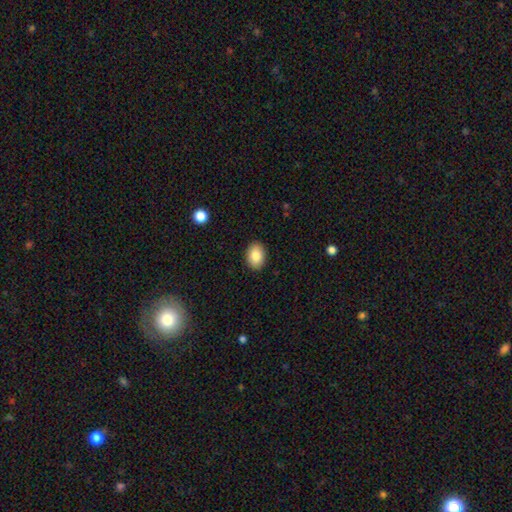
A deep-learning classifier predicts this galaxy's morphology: Smooth or featured? smooth (84%)
How rounded? in between (75%)
Merging? none (90%)